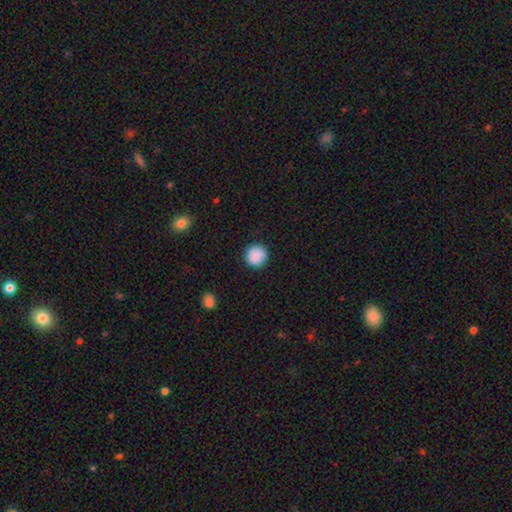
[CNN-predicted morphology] A smooth galaxy with no disk features (89%) that is round (94%). Merging: none (90%).